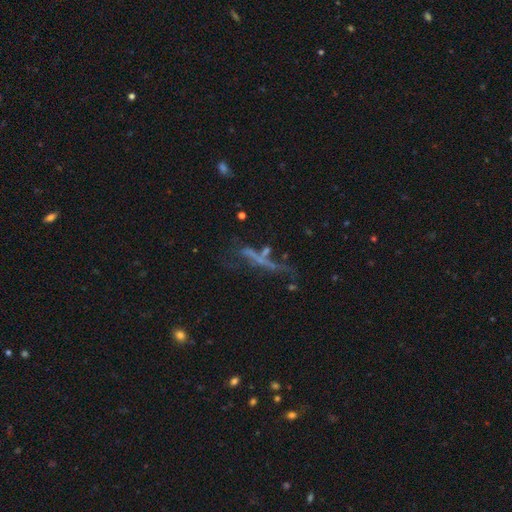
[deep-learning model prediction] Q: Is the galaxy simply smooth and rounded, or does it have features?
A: featured or disk — 43%.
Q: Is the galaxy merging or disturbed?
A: none — 43%.